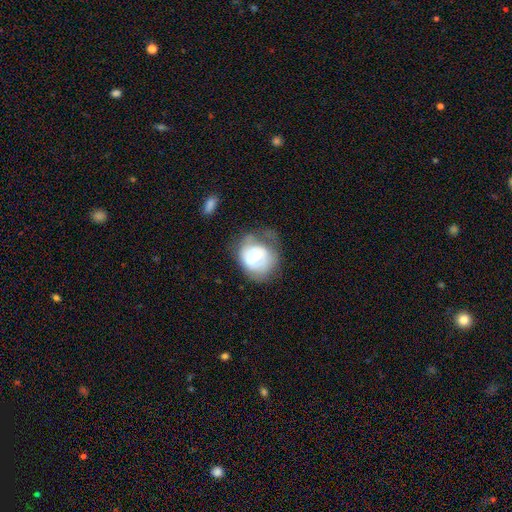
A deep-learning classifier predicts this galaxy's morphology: This is possibly a featured or disk galaxy (47%). Merging: marginally none (40%).